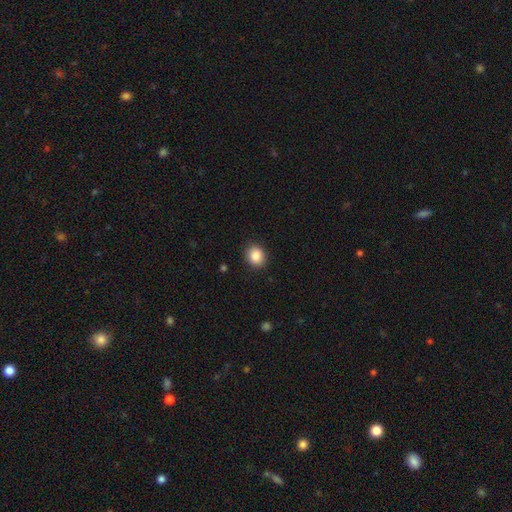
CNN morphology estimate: smooth 87%, star or artifact 9%, featured or disk 4%. Down the decision tree: how rounded — round (73%); merging — none (89%).